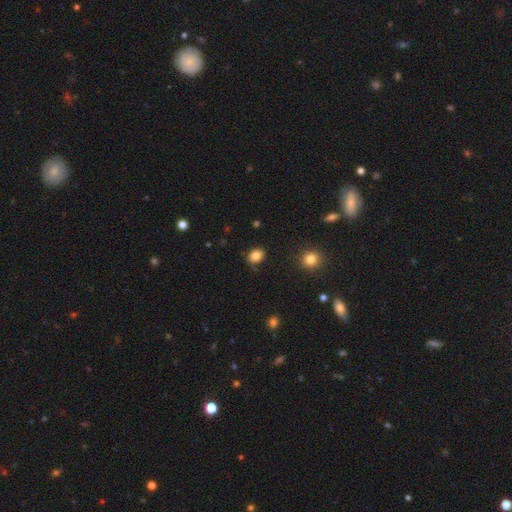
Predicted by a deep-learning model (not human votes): A smooth galaxy with no disk features (84%) that is in between round and cigar-shaped (57%).

Vote fractions:
- Smooth or featured? smooth: 84% / star or artifact: 10% / featured or disk: 5%
- How rounded? in between: 57% / round: 42% / cigar-shaped: 1%
- Merging? none: 81% / minor disturbance: 14% / major disturbance: 3% / merger: 2%